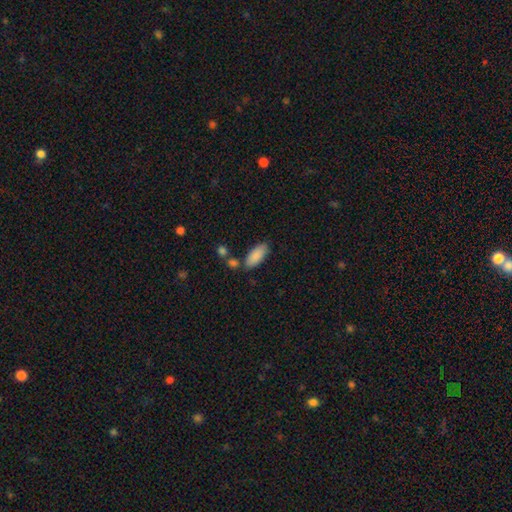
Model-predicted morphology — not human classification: A smooth galaxy with no disk features (88%) that is in between round and cigar-shaped (87%).

Vote fractions:
- Smooth or featured? smooth: 88% / star or artifact: 6% / featured or disk: 6%
- How rounded? in between: 87% / cigar-shaped: 12% / round: 2%
- Merging? none: 73% / minor disturbance: 15% / merger: 9% / major disturbance: 3%